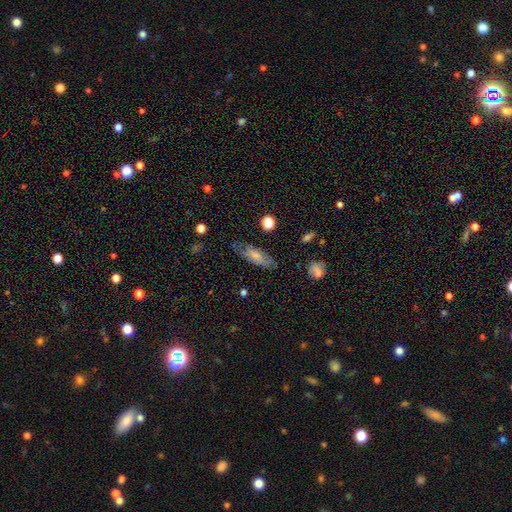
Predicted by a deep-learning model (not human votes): The model was most divided on "how rounded": in between: 64%, cigar-shaped: 33%, round: 3%. More confident: merging — none (69%); smooth or featured — smooth (65%).